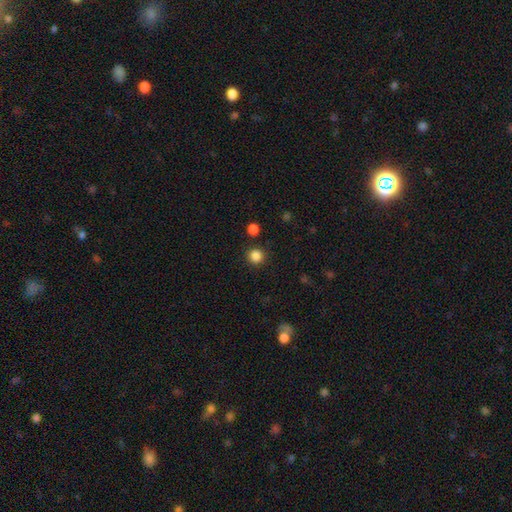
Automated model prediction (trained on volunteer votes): Smooth or featured: smooth — 85% (star or artifact — 12%)
How rounded: round — 94% (in between — 5%)
Merging: none — 89% (minor disturbance — 6%)